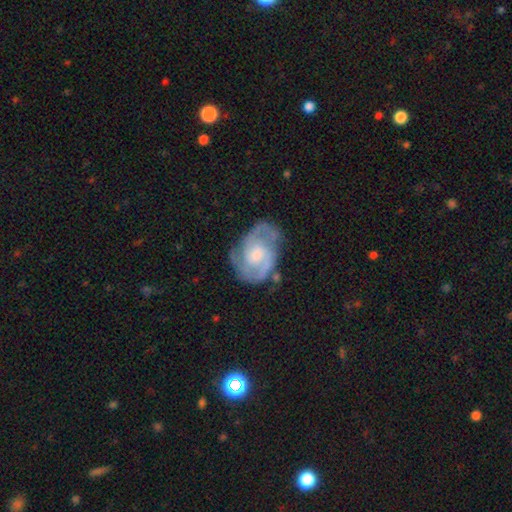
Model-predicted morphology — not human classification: Overall: featured or disk (85%). Edge-on disk: no (98%). Bar: no (55%; weak 39%). Spiral arms: yes (95%). Spiral arm count: 2 (53%; 3 20%). Spiral winding: medium (47%; tight 41%). Bulge size: moderate (48%; small 35%). Merging: none (67%).